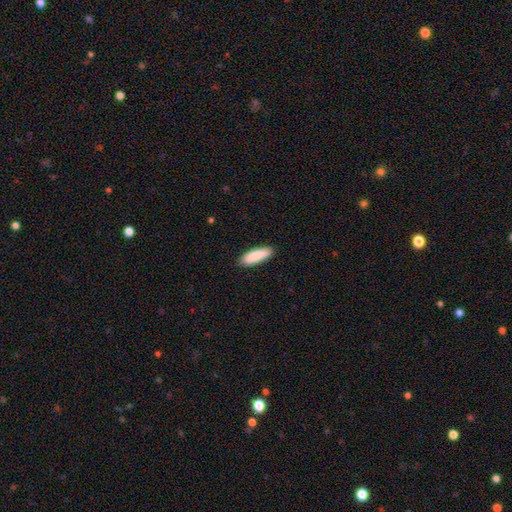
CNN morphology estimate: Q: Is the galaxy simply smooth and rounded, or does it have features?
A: smooth — 86%.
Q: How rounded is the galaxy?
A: in between — 52%.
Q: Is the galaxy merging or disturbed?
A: none — 87%.